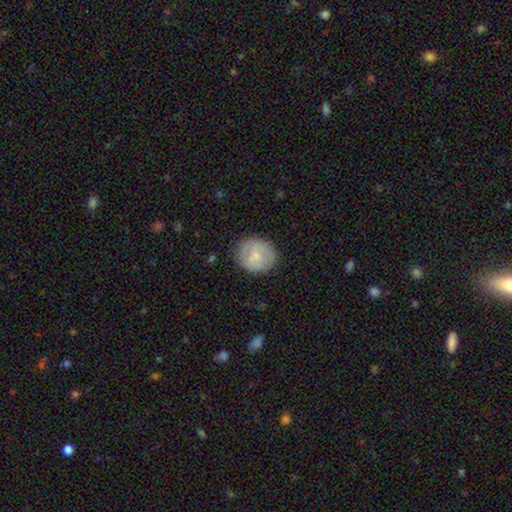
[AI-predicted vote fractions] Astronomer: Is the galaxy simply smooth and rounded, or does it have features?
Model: smooth — 71%.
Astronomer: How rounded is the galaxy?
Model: round — 83%.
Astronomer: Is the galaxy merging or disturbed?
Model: none — 81%.